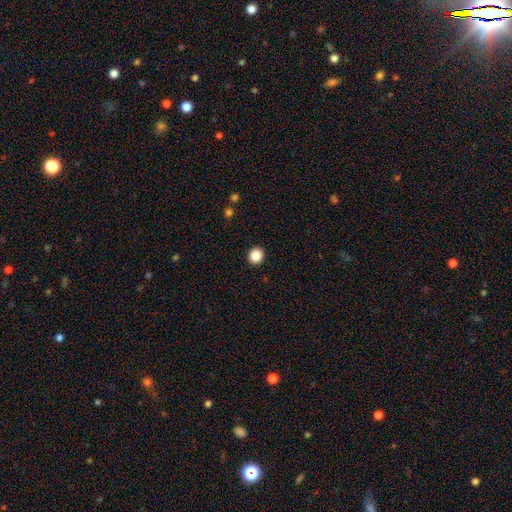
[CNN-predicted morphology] A smooth galaxy with no disk features (88%) that is round (82%). Merging: none (93%).